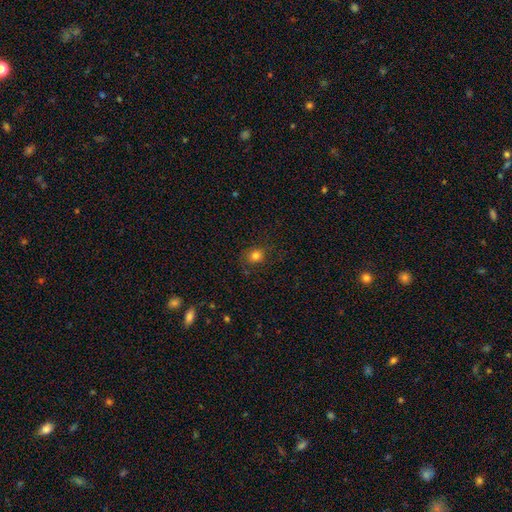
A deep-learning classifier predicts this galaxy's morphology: Smooth or featured?
  - smooth: 80% *
  - star or artifact: 13%
  - featured or disk: 7%
How rounded?
  - round: 67% *
  - in between: 32%
  - cigar-shaped: 1%
Merging?
  - none: 80% *
  - minor disturbance: 14%
  - major disturbance: 5%
  - merger: 2%